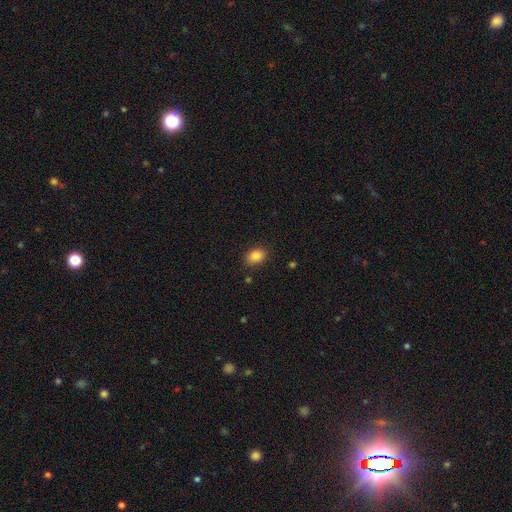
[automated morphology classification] Smooth or featured? Predicted: smooth (p=0.85). How rounded? Predicted: in between (p=0.72). Merging? Predicted: none (p=0.86).